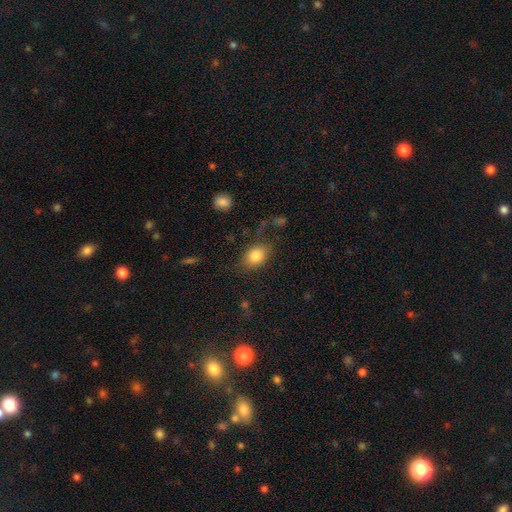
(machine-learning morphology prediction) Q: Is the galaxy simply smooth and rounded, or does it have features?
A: smooth — 83%.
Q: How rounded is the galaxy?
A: in between — 72%.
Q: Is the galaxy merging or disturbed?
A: none — 75%.